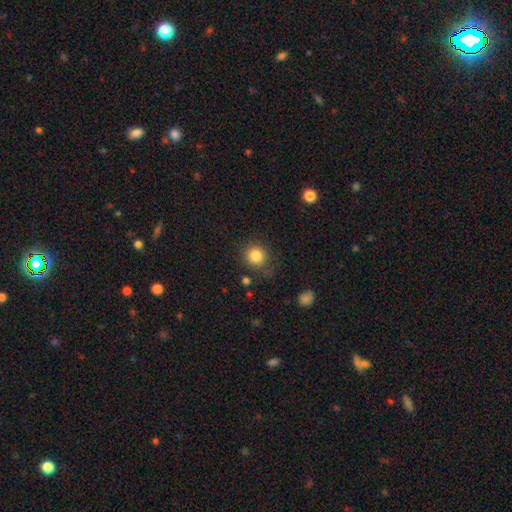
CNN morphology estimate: Q: Smooth or featured?
A: smooth (84%); runner-up: star or artifact (11%)
Q: How rounded?
A: round (87%); runner-up: in between (12%)
Q: Merging?
A: none (79%); runner-up: minor disturbance (13%)